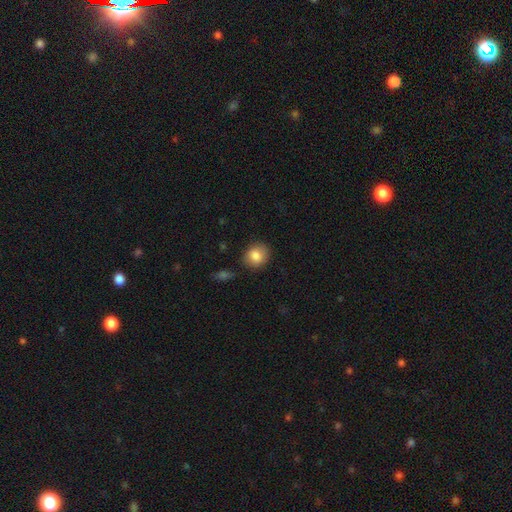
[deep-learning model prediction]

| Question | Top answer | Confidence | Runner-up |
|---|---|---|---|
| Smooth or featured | smooth | 84% | star or artifact (8%) |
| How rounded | round | 69% | in between (30%) |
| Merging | none | 83% | minor disturbance (12%) |